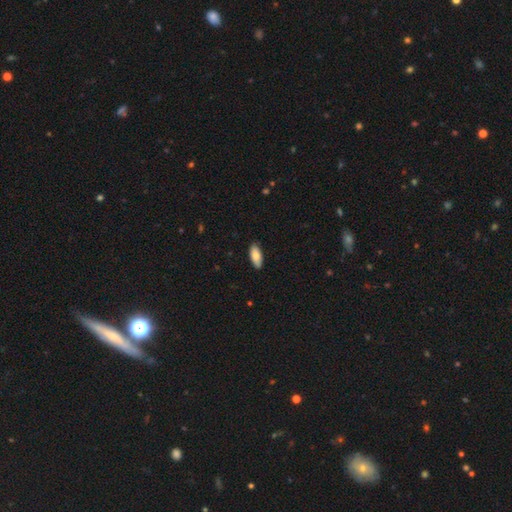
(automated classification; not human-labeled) The model was most divided on "smooth or featured": smooth: 82%, featured or disk: 12%, star or artifact: 6%. More confident: merging — none (87%); how rounded — in between (87%).